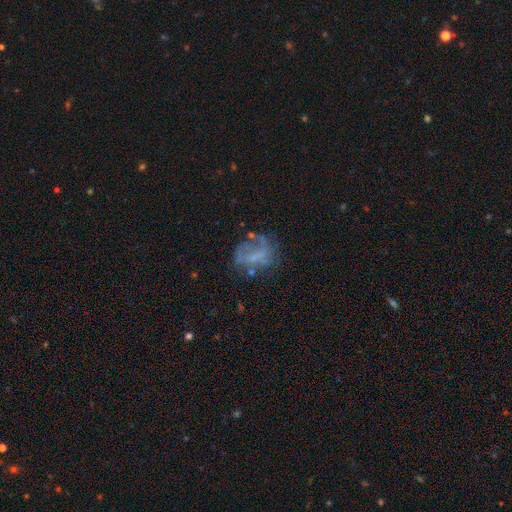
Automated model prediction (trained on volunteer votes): The model was most divided on "merging": none: 42%, major disturbance: 30%, minor disturbance: 22%, merger: 6%. More confident: edge-on disk — no (97%); smooth or featured — featured or disk (51%).